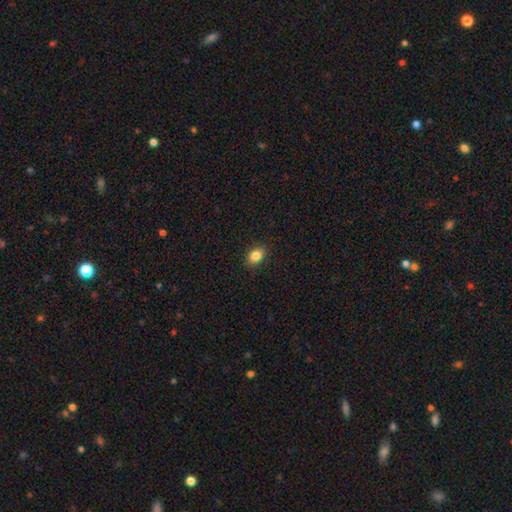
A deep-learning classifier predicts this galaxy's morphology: Smooth or featured? smooth (85%)
How rounded? in between (73%)
Merging? none (90%)